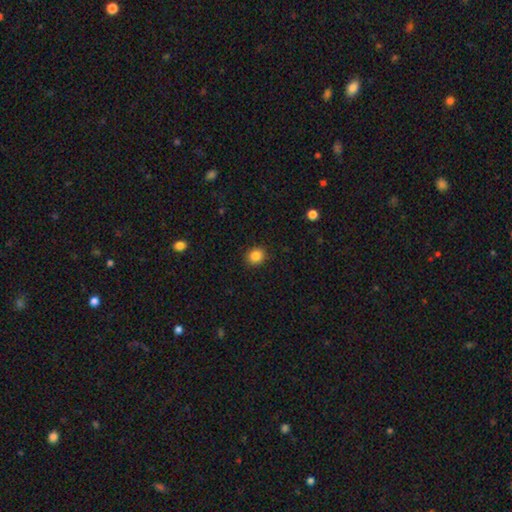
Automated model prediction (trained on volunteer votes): The model was most divided on "how rounded": round: 76%, in between: 23%, cigar-shaped: 1%. More confident: merging — none (90%); smooth or featured — smooth (86%).